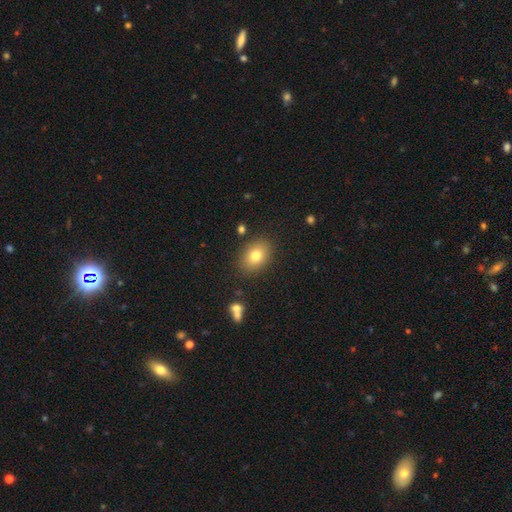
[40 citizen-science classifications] smooth-or-featured: smooth: 85% | featured or disk: 10% | star or artifact: 5%
  how-rounded: in between: 76% | round: 24% | cigar-shaped: 0%
  merging: none: 92% | minor disturbance: 5% | merger: 3% | major disturbance: 0%